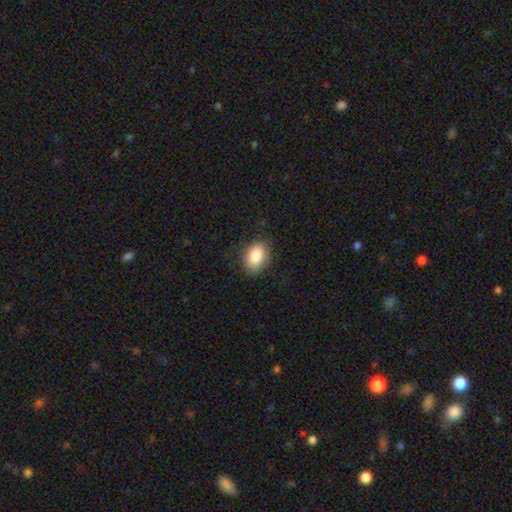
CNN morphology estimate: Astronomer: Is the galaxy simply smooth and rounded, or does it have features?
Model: smooth — 86%.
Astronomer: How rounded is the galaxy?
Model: in between — 85%.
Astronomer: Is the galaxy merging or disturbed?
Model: none — 81%.